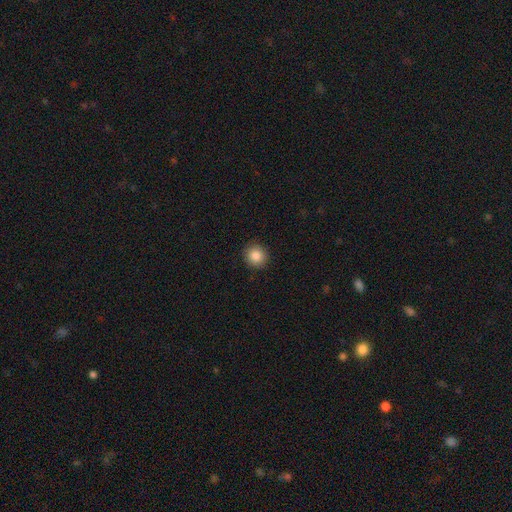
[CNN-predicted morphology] A smooth galaxy with no disk features (86%) that is round (90%). Merging: none (91%).